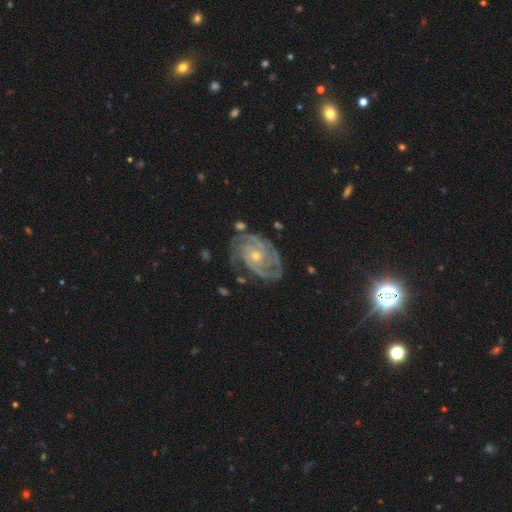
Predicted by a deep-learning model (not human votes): This is clearly a featured or disk galaxy (90%). It is clearly not viewed edge-on (97%). Bar: likely no (72%). Spiral arm pattern: clearly yes (98%). Spiral arm count: marginally 3 (34%). Spiral winding: likely tight (69%). Central bulge: likely small (63%). Merging: likely none (72%).